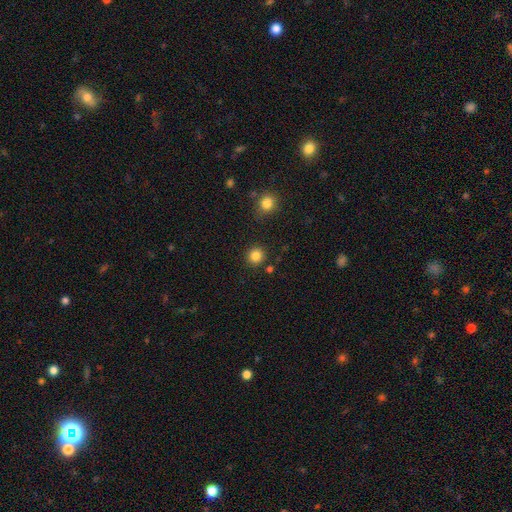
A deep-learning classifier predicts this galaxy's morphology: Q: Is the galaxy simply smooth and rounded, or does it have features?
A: smooth — 84%.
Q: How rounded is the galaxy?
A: round — 92%.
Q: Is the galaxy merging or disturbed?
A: none — 88%.